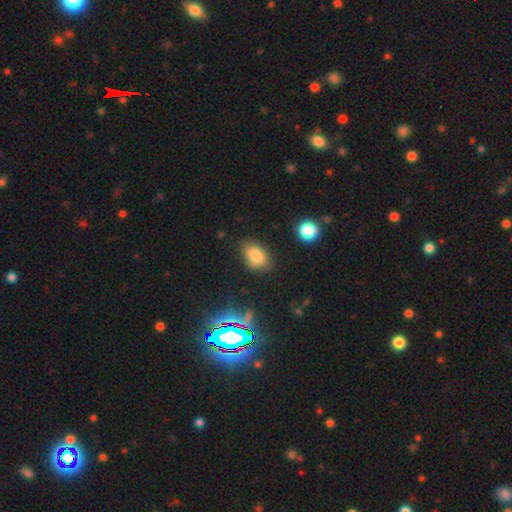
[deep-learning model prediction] Morphology: type=smooth (82%); roundness=in between (89%); merging=none (80%).